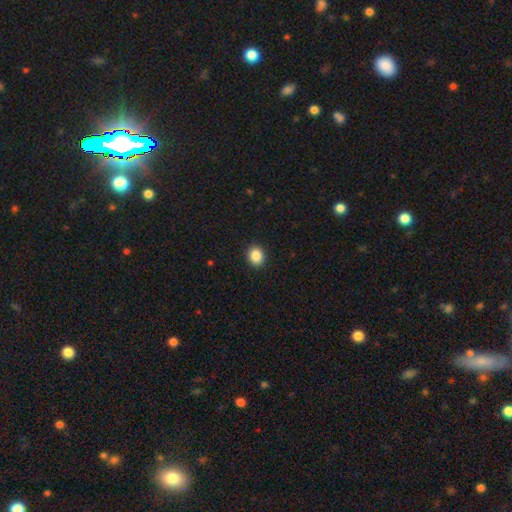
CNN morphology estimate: A smooth galaxy with no disk features (87%) that is round (68%).

Vote fractions:
- Smooth or featured? smooth: 87% / star or artifact: 9% / featured or disk: 3%
- How rounded? round: 68% / in between: 31% / cigar-shaped: 1%
- Merging? none: 92% / minor disturbance: 5% / major disturbance: 2% / merger: 1%